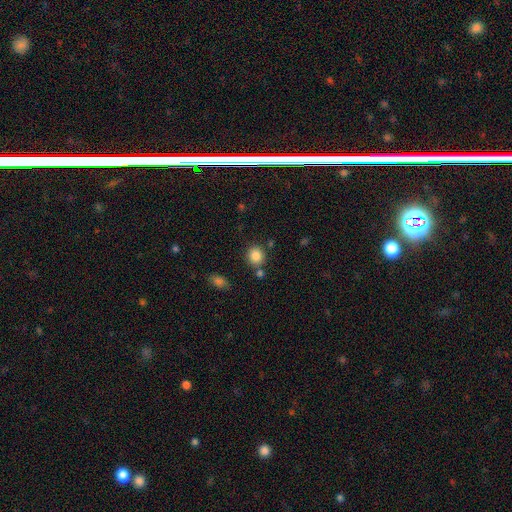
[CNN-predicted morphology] A smooth galaxy with no disk features (85%) that is round (83%). Merging: none (77%).